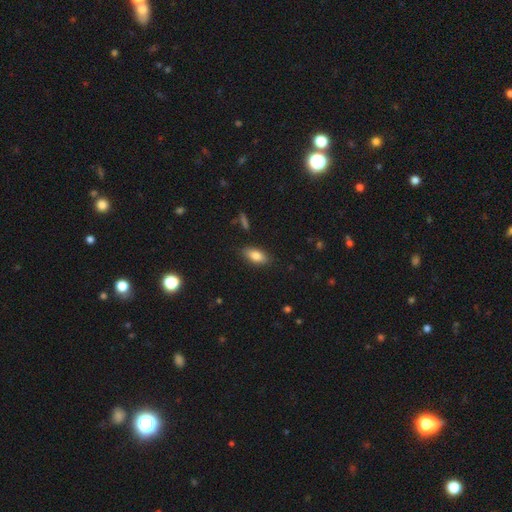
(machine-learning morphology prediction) Overall: smooth (80%). How rounded: in between (85%). Merging: none (85%).